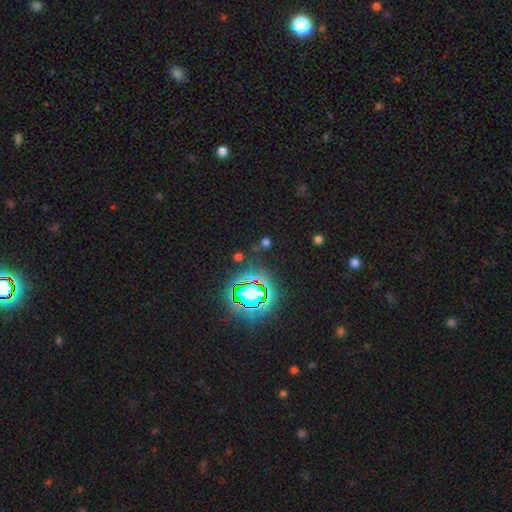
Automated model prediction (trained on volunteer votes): smooth-or-featured: star or artifact: 80% | smooth: 13% | featured or disk: 8%